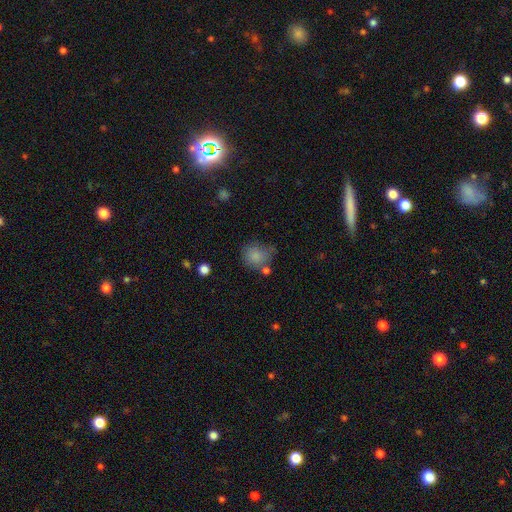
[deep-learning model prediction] Smooth or featured? smooth (81%)
How rounded? round (77%)
Merging? none (52%)